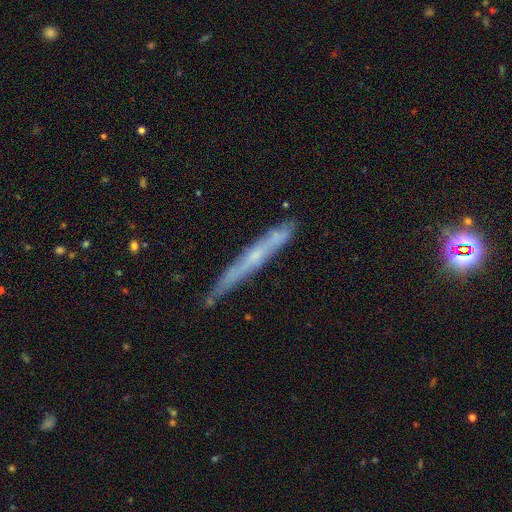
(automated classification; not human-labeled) Q: Smooth or featured?
A: featured or disk (57%); runner-up: smooth (34%)
Q: Edge-on disk?
A: yes (90%); runner-up: no (10%)
Q: Edge-on bulge?
A: none (67%); runner-up: rounded (29%)
Q: Merging?
A: none (75%); runner-up: minor disturbance (20%)